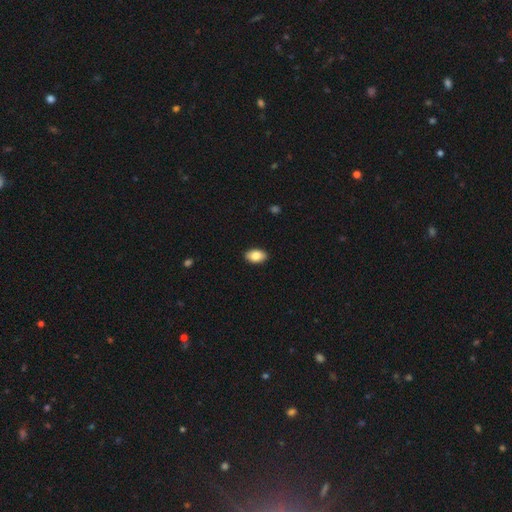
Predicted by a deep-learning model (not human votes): This appears to be a smooth galaxy with no disk features (85%) that is in between round and cigar-shaped (92%). Merging: none (90%).